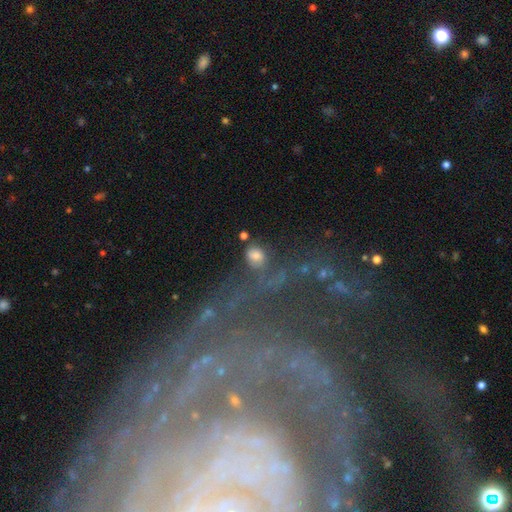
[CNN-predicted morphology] This appears to be a smooth galaxy with no disk features (64%) that is in between round and cigar-shaped (55%). Merging: none (52%).